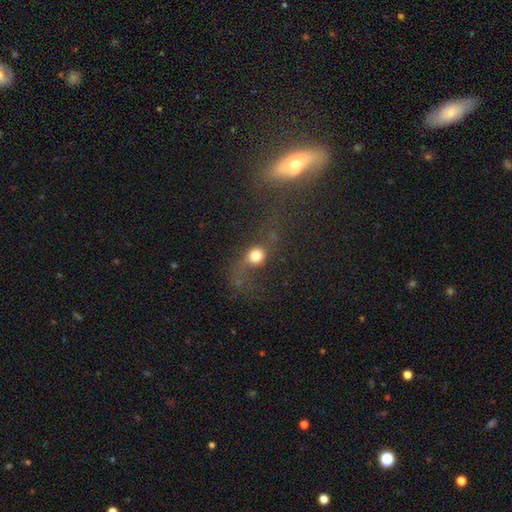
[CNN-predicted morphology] A smooth galaxy with no disk features (61%) that is round (72%).

Vote fractions:
- Smooth or featured? smooth: 61% / featured or disk: 22% / star or artifact: 17%
- How rounded? round: 72% / in between: 24% / cigar-shaped: 4%
- Merging? none: 38% / major disturbance: 33% / minor disturbance: 17% / merger: 11%